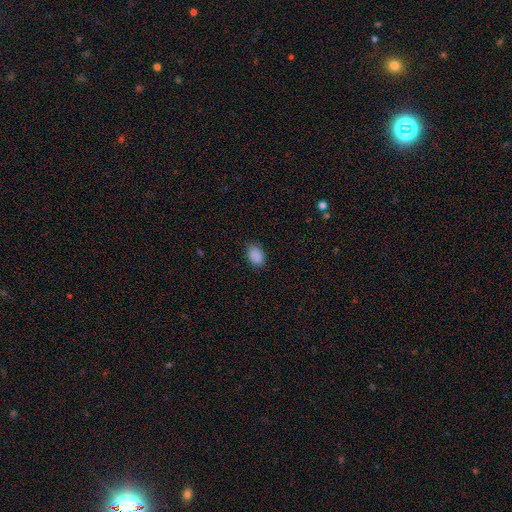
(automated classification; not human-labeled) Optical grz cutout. It shows a smooth galaxy with no disk features (88%) that is in between round and cigar-shaped (77%). Merging: none (81%).